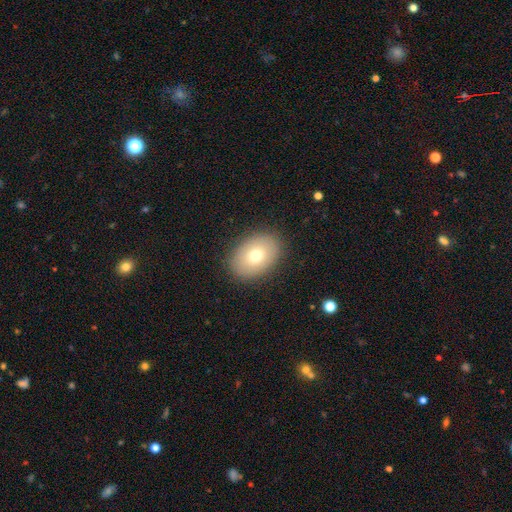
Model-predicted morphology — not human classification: The model was most divided on "smooth or featured": smooth: 74%, featured or disk: 16%, star or artifact: 9%. More confident: merging — none (88%); how rounded — in between (79%).